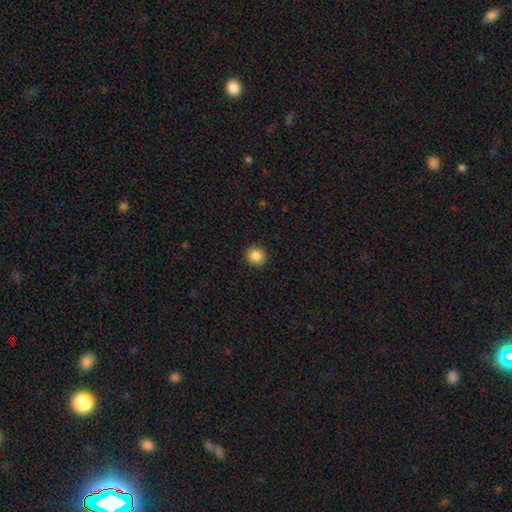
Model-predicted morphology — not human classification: Smooth or featured?
  - smooth: 86% *
  - star or artifact: 10%
  - featured or disk: 5%
How rounded?
  - round: 89% *
  - in between: 10%
  - cigar-shaped: 1%
Merging?
  - none: 92% *
  - minor disturbance: 5%
  - major disturbance: 2%
  - merger: 1%